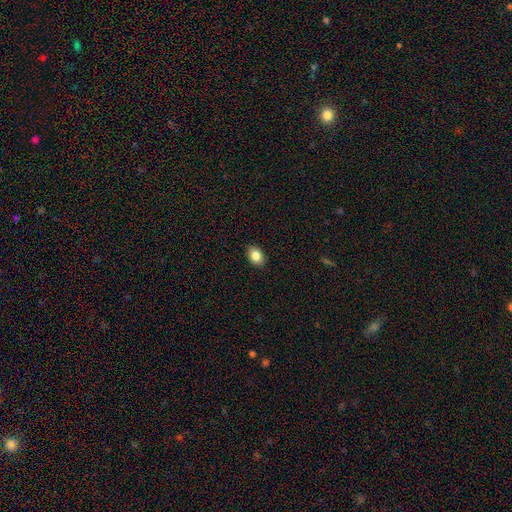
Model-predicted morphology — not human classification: smooth 84%, star or artifact 8%, featured or disk 7%. Down the decision tree: how rounded — in between (78%); merging — none (89%).